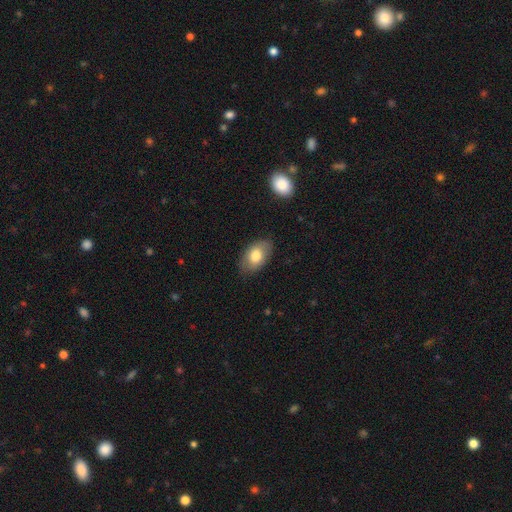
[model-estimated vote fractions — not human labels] smooth 77%, featured or disk 17%, star or artifact 6%. Down the decision tree: how rounded — in between (92%); merging — none (80%).